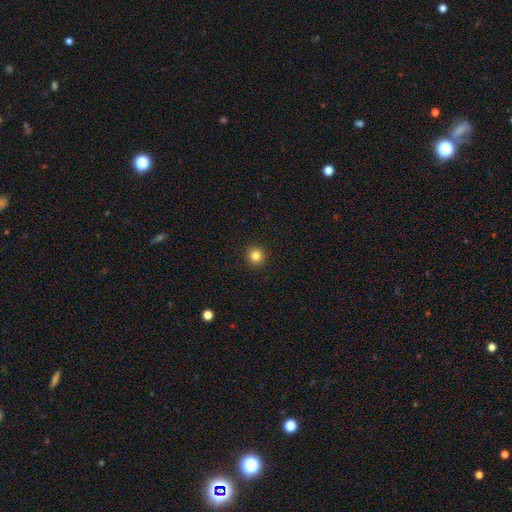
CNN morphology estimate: The model was most divided on "smooth or featured": smooth: 83%, star or artifact: 12%, featured or disk: 5%. More confident: how rounded — round (95%); merging — none (94%).